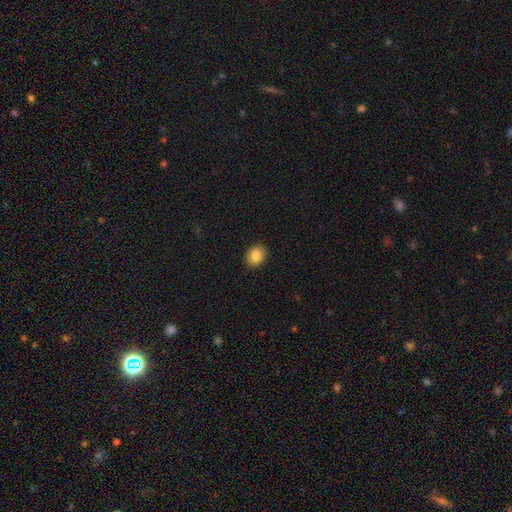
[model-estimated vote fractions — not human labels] Smooth or featured?
  - smooth: 85% *
  - star or artifact: 9%
  - featured or disk: 7%
How rounded?
  - round: 53% *
  - in between: 46%
  - cigar-shaped: 1%
Merging?
  - none: 91% *
  - minor disturbance: 7%
  - major disturbance: 2%
  - merger: 1%